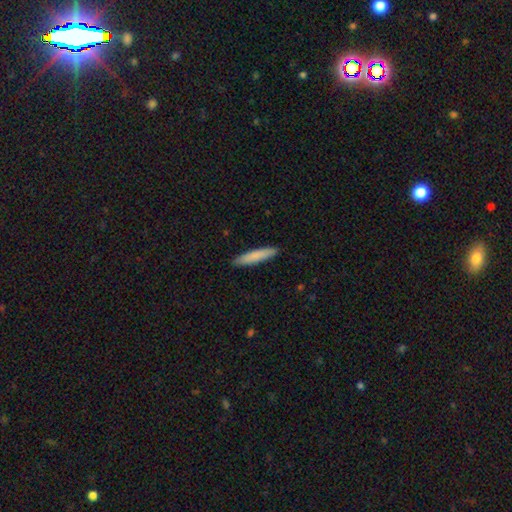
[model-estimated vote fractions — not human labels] smooth 82%, featured or disk 13%, star or artifact 5%. Down the decision tree: how rounded — cigar-shaped (89%); merging — none (90%).